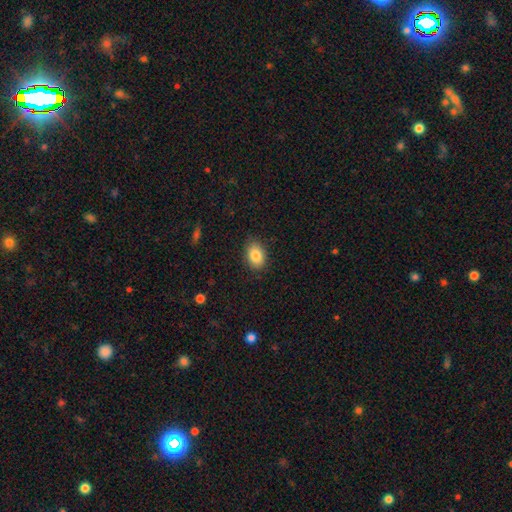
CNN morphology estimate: Smooth or featured?
  - smooth: 85% *
  - star or artifact: 8%
  - featured or disk: 7%
How rounded?
  - in between: 80% *
  - round: 19%
  - cigar-shaped: 1%
Merging?
  - none: 85% *
  - minor disturbance: 12%
  - major disturbance: 3%
  - merger: 1%